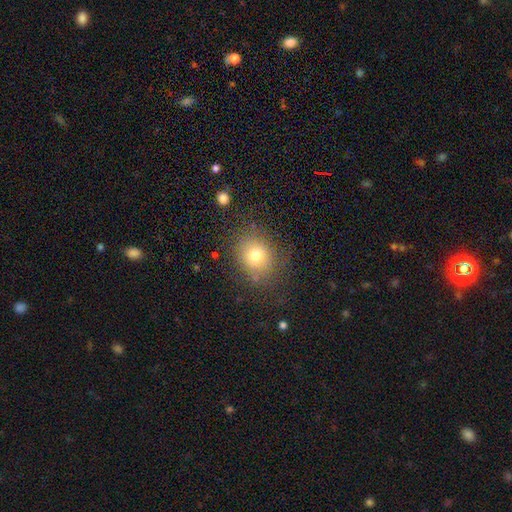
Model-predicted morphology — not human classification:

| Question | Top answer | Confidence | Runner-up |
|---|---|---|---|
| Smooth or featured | smooth | 74% | star or artifact (14%) |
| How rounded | round | 65% | in between (34%) |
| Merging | none | 76% | minor disturbance (15%) |